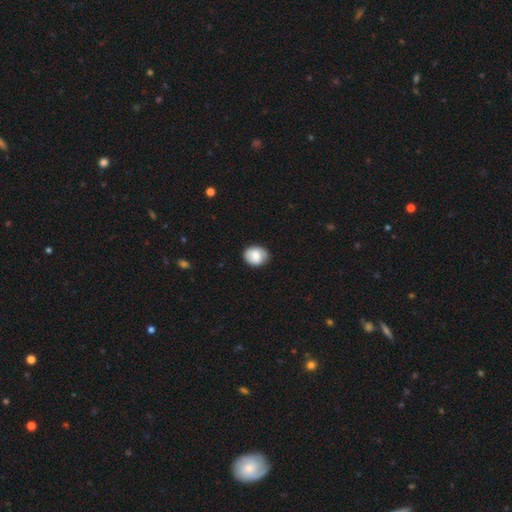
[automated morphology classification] The model was most divided on "how rounded": round: 55%, in between: 44%, cigar-shaped: 1%. More confident: merging — none (80%); smooth or featured — smooth (74%).